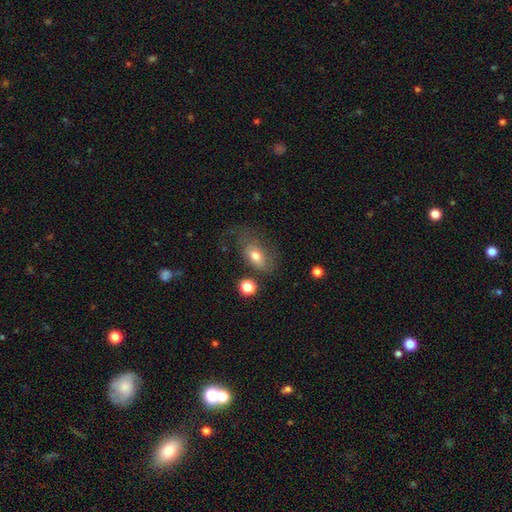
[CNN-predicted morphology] Q: Smooth or featured?
A: smooth (72%); runner-up: featured or disk (19%)
Q: How rounded?
A: in between (86%); runner-up: round (11%)
Q: Merging?
A: none (46%); runner-up: minor disturbance (25%)